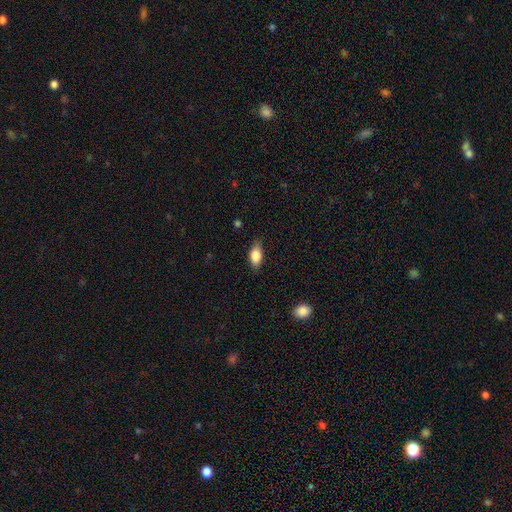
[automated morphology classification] Q: Smooth or featured?
A: smooth (80%); runner-up: featured or disk (13%)
Q: How rounded?
A: in between (85%); runner-up: cigar-shaped (11%)
Q: Merging?
A: none (78%); runner-up: minor disturbance (17%)